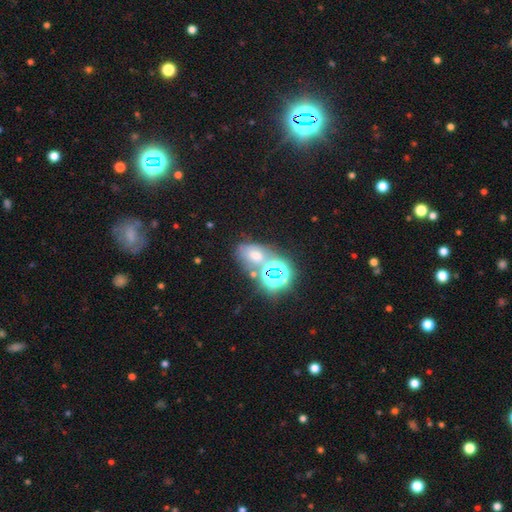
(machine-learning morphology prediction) smooth-or-featured: star or artifact: 47% | smooth: 35% | featured or disk: 18%